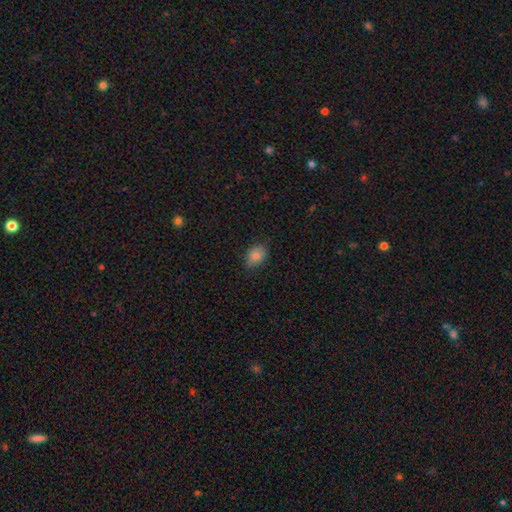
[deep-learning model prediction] smooth-or-featured: smooth: 82% | star or artifact: 9% | featured or disk: 8%
  how-rounded: in between: 74% | round: 25% | cigar-shaped: 1%
  merging: none: 80% | minor disturbance: 17% | major disturbance: 3% | merger: 1%